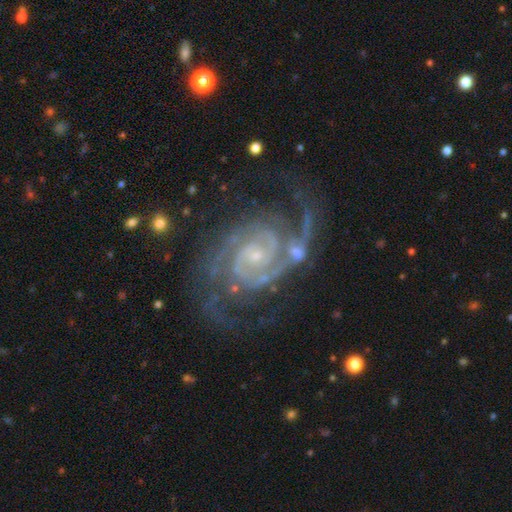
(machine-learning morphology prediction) featured or disk 92%, star or artifact 5%, smooth 3%. Down the decision tree: edge-on disk — no (98%); bar — no (59%); spiral arms — yes (99%); spiral arm count — 2 (71%); spiral winding — tight (55%); bulge size — small (78%); merging — none (69%).